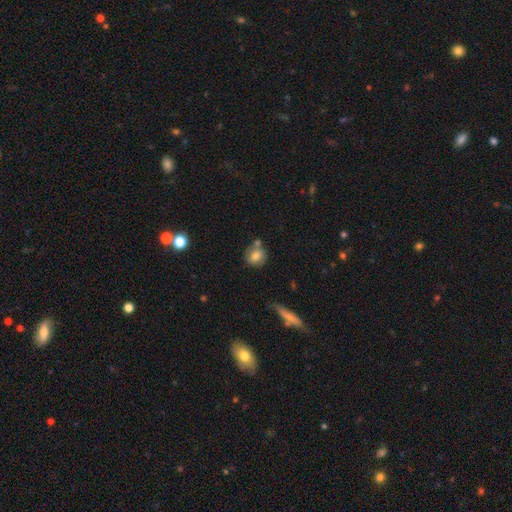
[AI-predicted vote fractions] smooth_or_featured: smooth (p=0.77) [alt: featured or disk p=0.14]
how_rounded: round (p=0.75) [alt: in between p=0.24]
merging: none (p=0.64) [alt: merger p=0.17]